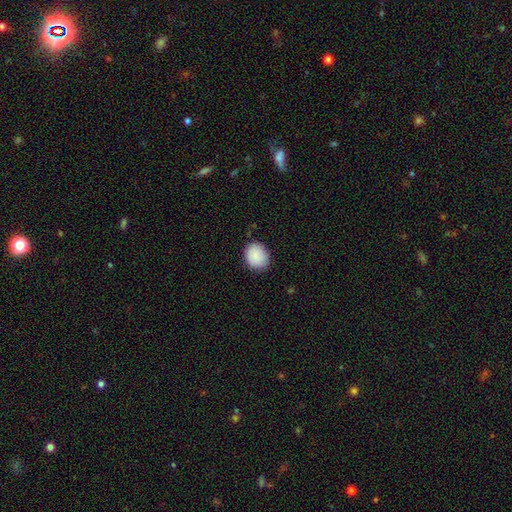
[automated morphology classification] A smooth galaxy with no disk features (89%) that is round (59%).

Vote fractions:
- Smooth or featured? smooth: 89% / star or artifact: 7% / featured or disk: 4%
- How rounded? round: 59% / in between: 40% / cigar-shaped: 1%
- Merging? none: 83% / minor disturbance: 14% / major disturbance: 2% / merger: 1%